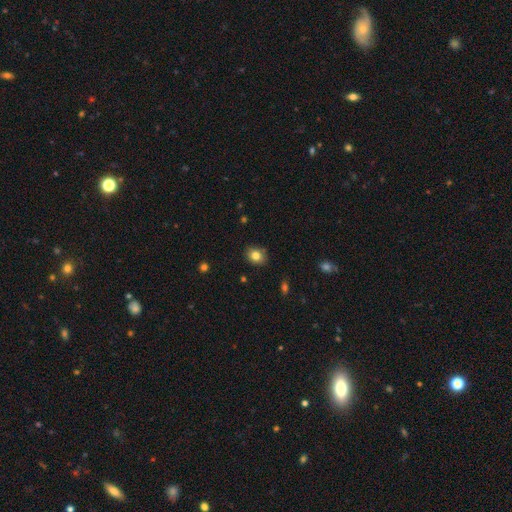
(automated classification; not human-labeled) Smooth or featured? smooth (81%)
How rounded? round (60%)
Merging? none (87%)